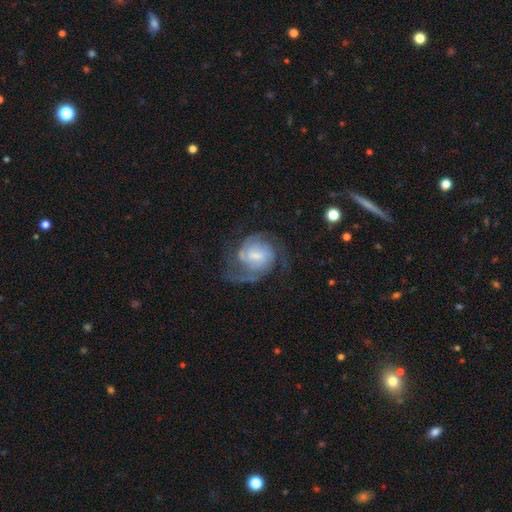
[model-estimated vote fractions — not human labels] smooth_or_featured: featured or disk (p=0.85) [alt: smooth p=0.10]
disk_edge_on: no (p=0.98) [alt: yes p=0.02]
bar: weak (p=0.50) [alt: no p=0.38]
has_spiral_arms: yes (p=0.97) [alt: no p=0.03]
spiral_winding: medium (p=0.46) [alt: tight p=0.39]
spiral_arm_count: 2 (p=0.57) [alt: 3 p=0.17]
bulge_size: small (p=0.45) [alt: moderate p=0.30]
merging: none (p=0.64) [alt: major disturbance p=0.17]